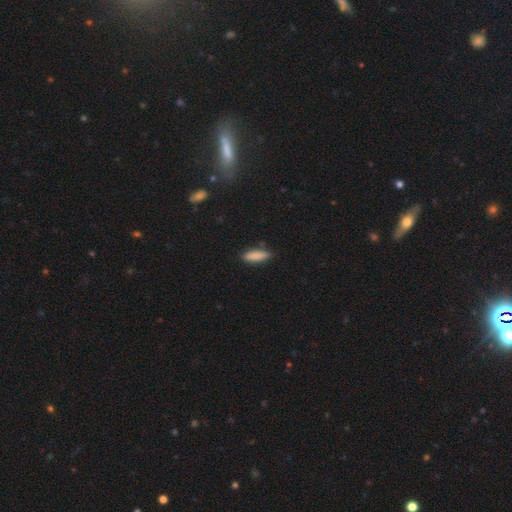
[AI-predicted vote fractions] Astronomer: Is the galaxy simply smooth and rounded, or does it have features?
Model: smooth — 87%.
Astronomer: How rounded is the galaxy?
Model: cigar-shaped — 51% (runner-up: in between, 47%).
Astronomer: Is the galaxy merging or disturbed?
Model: none — 82%.